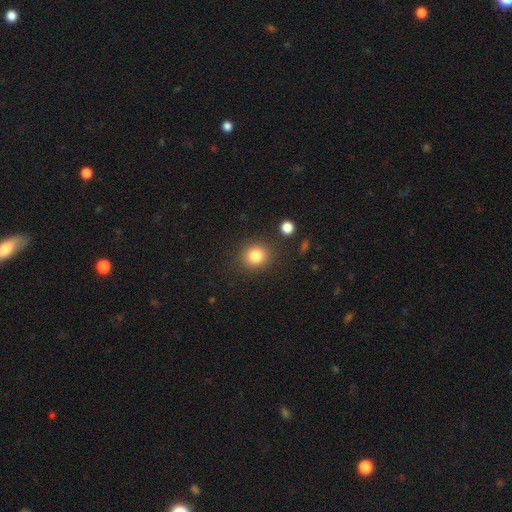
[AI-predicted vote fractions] Smooth or featured?
  - smooth: 84% *
  - star or artifact: 11%
  - featured or disk: 6%
How rounded?
  - round: 82% *
  - in between: 17%
  - cigar-shaped: 1%
Merging?
  - none: 85% *
  - minor disturbance: 8%
  - merger: 3%
  - major disturbance: 3%